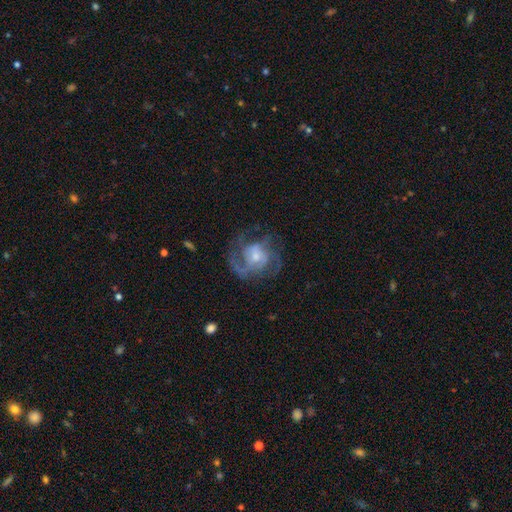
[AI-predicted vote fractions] Smooth or featured?
  - featured or disk: 82% *
  - smooth: 11%
  - star or artifact: 6%
Edge-on disk?
  - no: 98% *
  - yes: 2%
Bar?
  - no: 57% *
  - weak: 37%
  - strong: 6%
Spiral arms?
  - yes: 92% *
  - no: 8%
Spiral winding?
  - medium: 49% *
  - tight: 30%
  - loose: 20%
Spiral arm count?
  - 3: 30% *
  - 2: 24%
  - can't tell: 23%
  - 4: 8%
  - 1: 8%
  - more than 4: 6%
Bulge size?
  - moderate: 46% *
  - small: 42%
  - large: 6%
  - none: 4%
  - dominant: 1%
Merging?
  - none: 61% *
  - major disturbance: 20%
  - minor disturbance: 17%
  - merger: 2%